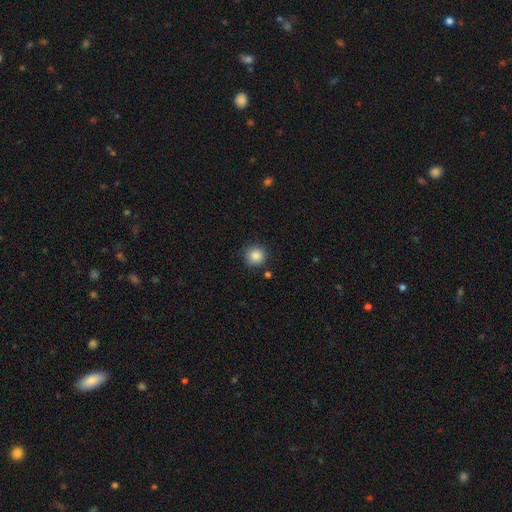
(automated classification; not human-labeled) smooth 86%, star or artifact 10%, featured or disk 4%. Down the decision tree: how rounded — round (94%); merging — none (87%).